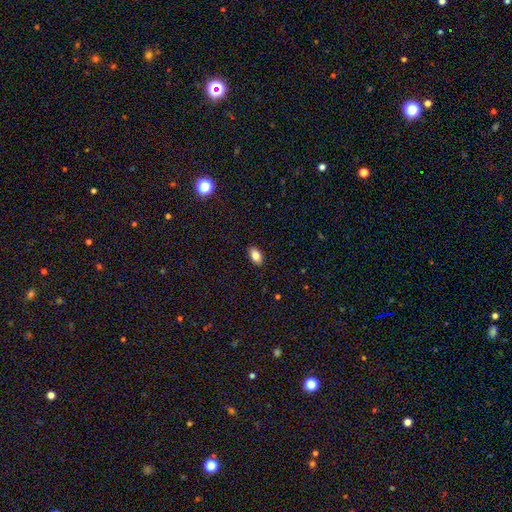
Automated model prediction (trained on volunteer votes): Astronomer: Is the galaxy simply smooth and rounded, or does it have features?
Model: smooth — 83%.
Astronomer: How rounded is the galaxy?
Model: in between — 92%.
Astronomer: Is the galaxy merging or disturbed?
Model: none — 89%.